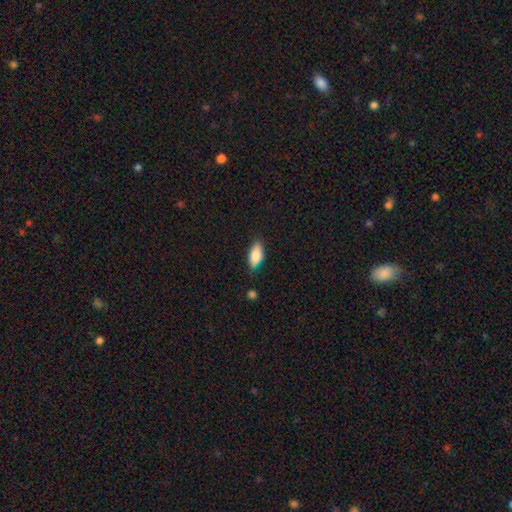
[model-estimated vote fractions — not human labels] Overall: smooth (83%). How rounded: in between (88%). Merging: none (75%).